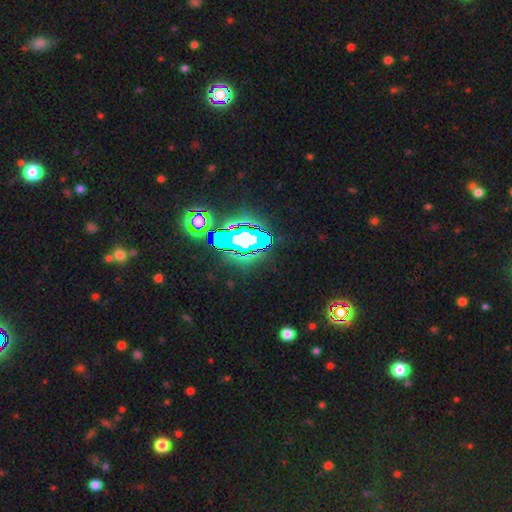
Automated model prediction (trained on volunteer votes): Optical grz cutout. It shows a star or artifact, not a galaxy (80%).